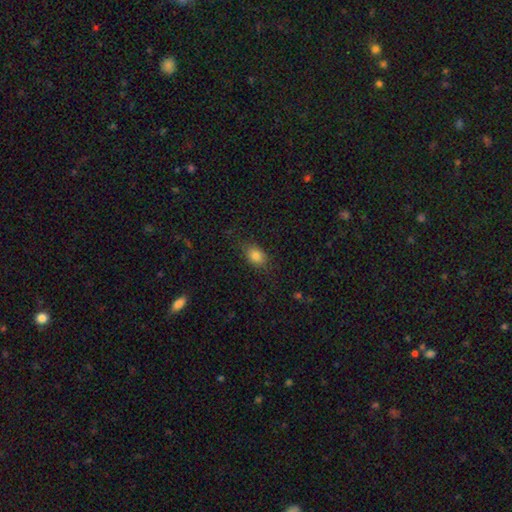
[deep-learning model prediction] Morphology: type=smooth (82%); roundness=in between (77%); merging=none (78%).